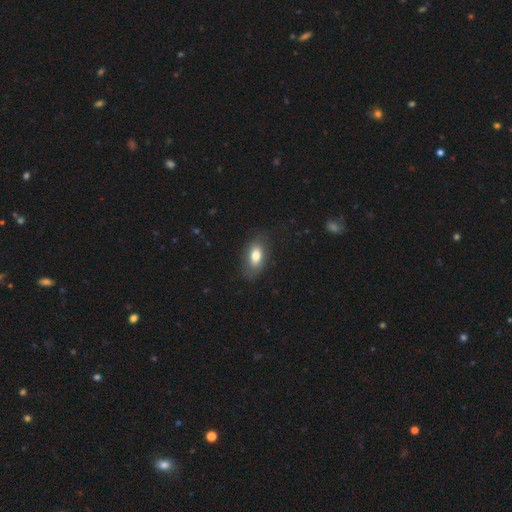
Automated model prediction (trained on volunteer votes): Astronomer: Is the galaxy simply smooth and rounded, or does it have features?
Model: smooth — 75%.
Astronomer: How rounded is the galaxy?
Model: in between — 89%.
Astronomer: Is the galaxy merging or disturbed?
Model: none — 75%.